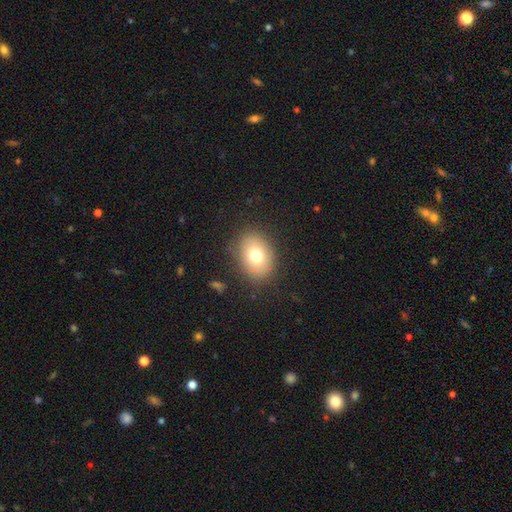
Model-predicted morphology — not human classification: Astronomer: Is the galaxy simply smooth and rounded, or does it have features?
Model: smooth — 73%.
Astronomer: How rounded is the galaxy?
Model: in between — 65%.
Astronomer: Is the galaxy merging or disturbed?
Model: none — 83%.